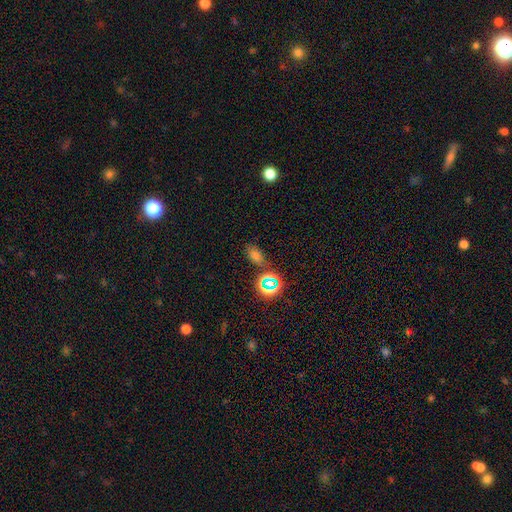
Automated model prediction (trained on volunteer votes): Overall: smooth (54%; star or artifact 35%). How rounded: in between (76%). Merging: none (77%).